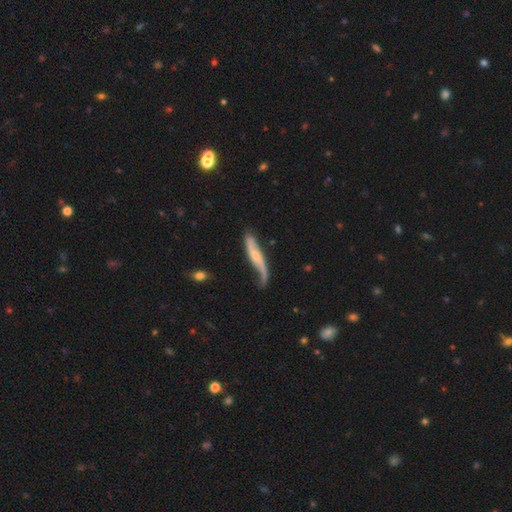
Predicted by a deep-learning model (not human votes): smooth_or_featured: featured or disk (p=0.66) [alt: smooth p=0.29]
disk_edge_on: no (p=0.58) [alt: yes p=0.42]
merging: none (p=0.46) [alt: minor disturbance p=0.33]